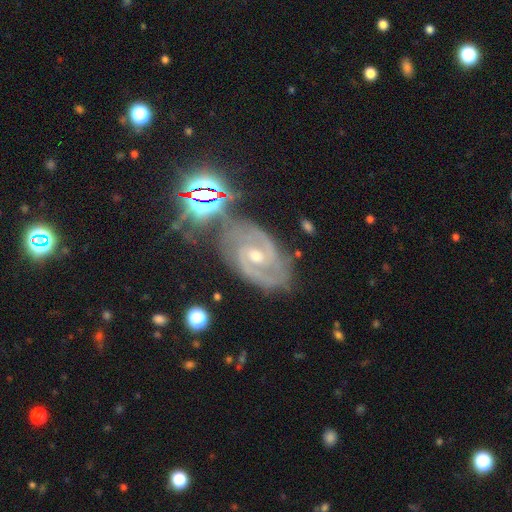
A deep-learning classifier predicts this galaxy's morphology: Smooth or featured?
  - featured or disk: 85% *
  - star or artifact: 10%
  - smooth: 5%
Edge-on disk?
  - no: 97% *
  - yes: 3%
Bar?
  - weak: 46% *
  - no: 39%
  - strong: 15%
Spiral arms?
  - yes: 97% *
  - no: 3%
Spiral winding?
  - tight: 49% *
  - medium: 43%
  - loose: 7%
Spiral arm count?
  - 2: 77% *
  - 3: 9%
  - can't tell: 7%
  - 4: 2%
  - 1: 2%
  - more than 4: 2%
Bulge size?
  - moderate: 54% *
  - small: 43%
  - large: 2%
  - none: 1%
  - dominant: 1%
Merging?
  - none: 74% *
  - minor disturbance: 16%
  - major disturbance: 5%
  - merger: 5%